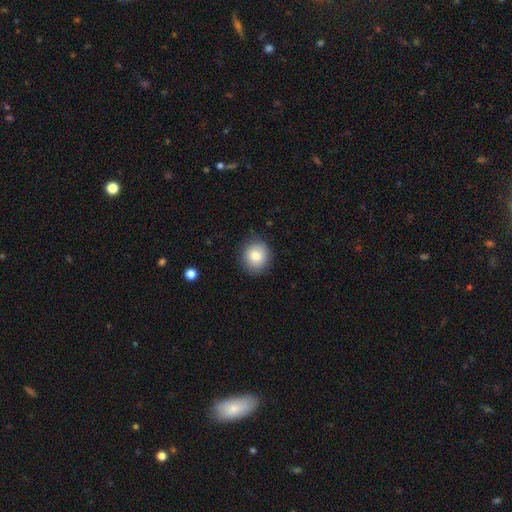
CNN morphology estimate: Smooth or featured?
  - smooth: 82% *
  - featured or disk: 9%
  - star or artifact: 9%
How rounded?
  - round: 84% *
  - in between: 15%
  - cigar-shaped: 1%
Merging?
  - none: 87% *
  - minor disturbance: 9%
  - major disturbance: 2%
  - merger: 1%